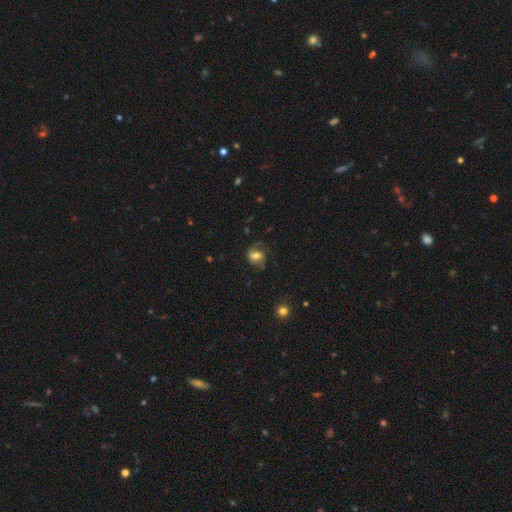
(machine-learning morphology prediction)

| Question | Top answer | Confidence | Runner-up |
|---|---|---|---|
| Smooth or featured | featured or disk | 58% | smooth (33%) |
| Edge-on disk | no | 97% | yes (3%) |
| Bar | weak | 42% | no (37%) |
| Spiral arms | yes | 86% | no (14%) |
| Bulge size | moderate | 54% | large (25%) |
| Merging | none | 58% | minor disturbance (22%) |